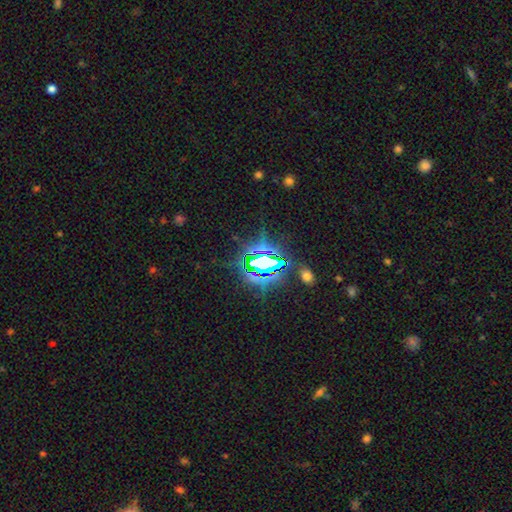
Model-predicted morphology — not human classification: type=star or artifact (77%).